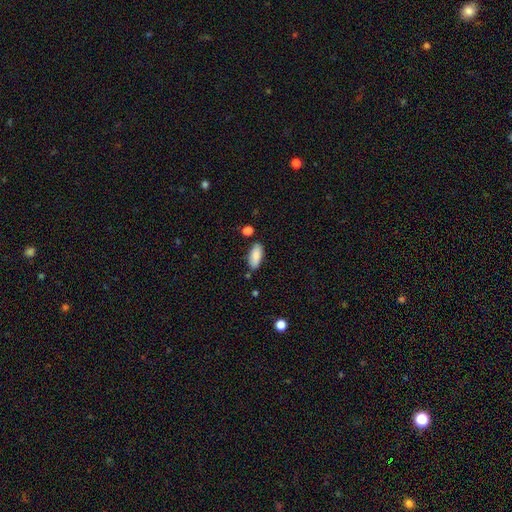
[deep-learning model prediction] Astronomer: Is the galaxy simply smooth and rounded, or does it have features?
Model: smooth — 87%.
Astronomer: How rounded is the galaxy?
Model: in between — 85%.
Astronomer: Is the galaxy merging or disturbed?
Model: none — 80%.